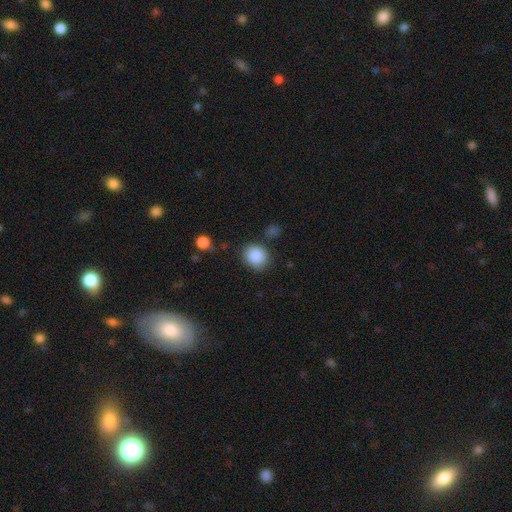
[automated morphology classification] This appears to be a smooth galaxy with no disk features (88%) that is round (70%). Merging: none (76%).